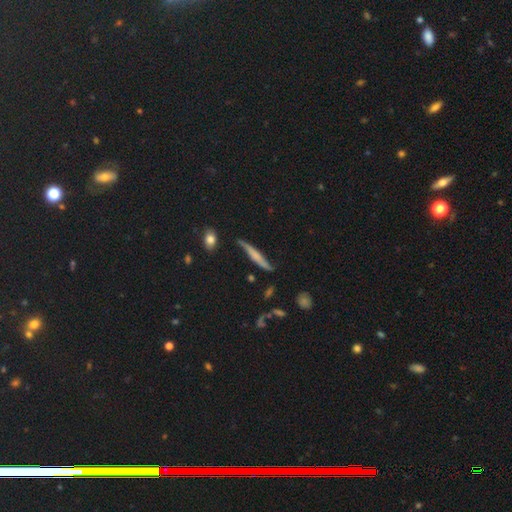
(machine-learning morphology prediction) featured or disk 49%, smooth 44%, star or artifact 7%. Down the decision tree: merging — none (73%).